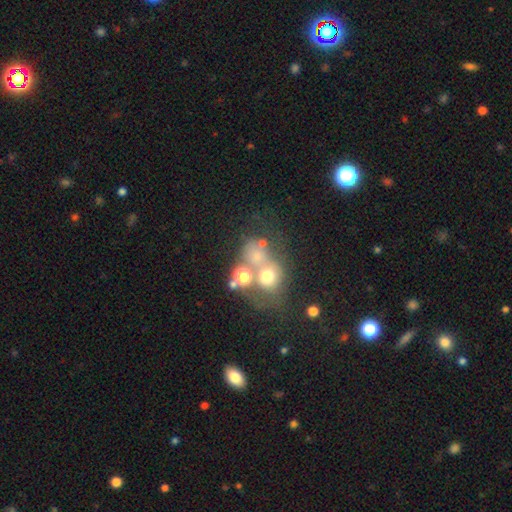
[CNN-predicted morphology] This is possibly a smooth galaxy (56%). How rounded: likely round (71%). Merging: marginally merger (43%).